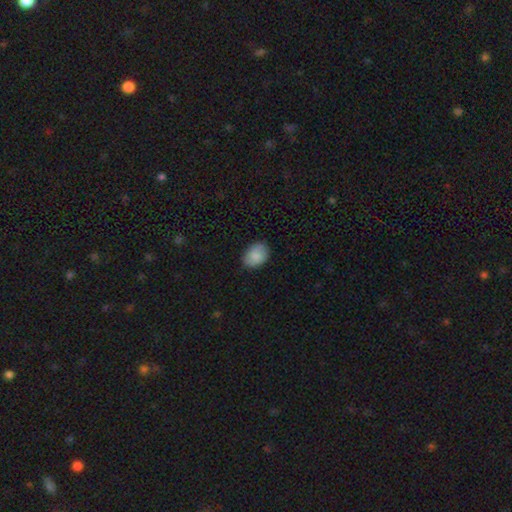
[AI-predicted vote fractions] Smooth or featured? smooth (85%)
How rounded? in between (73%)
Merging? none (83%)